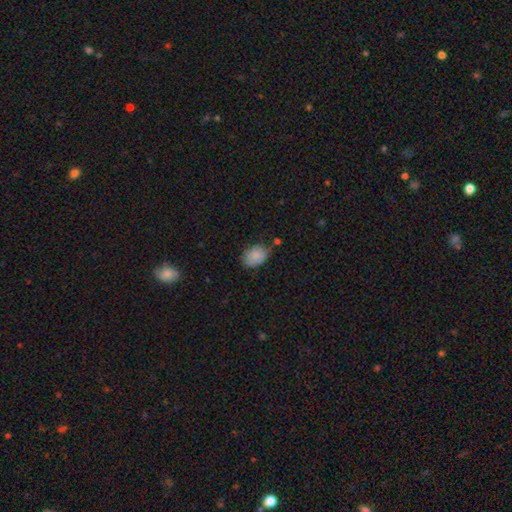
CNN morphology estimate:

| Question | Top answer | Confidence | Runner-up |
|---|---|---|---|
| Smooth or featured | smooth | 82% | featured or disk (10%) |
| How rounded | in between | 83% | round (16%) |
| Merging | none | 68% | minor disturbance (24%) |